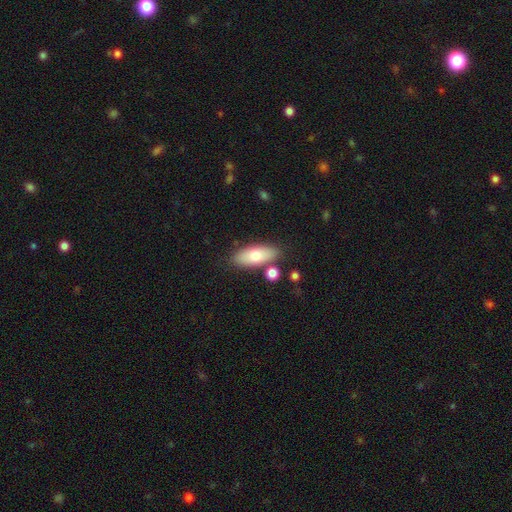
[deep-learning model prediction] This is likely a smooth galaxy (71%). How rounded: likely in between (76%). Merging: likely none (79%).